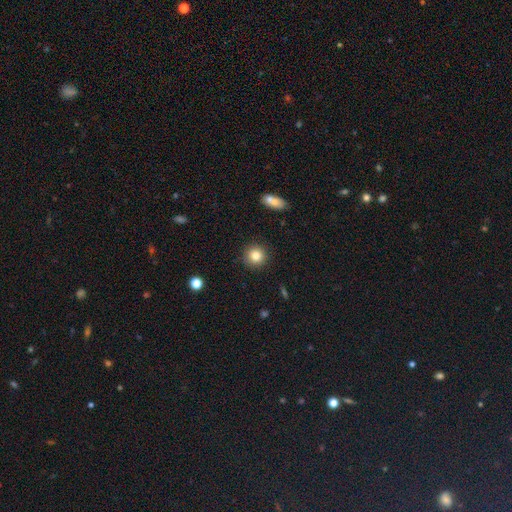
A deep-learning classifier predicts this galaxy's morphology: Smooth or featured: smooth — 83% (star or artifact — 10%)
How rounded: round — 92% (in between — 7%)
Merging: none — 90% (minor disturbance — 7%)